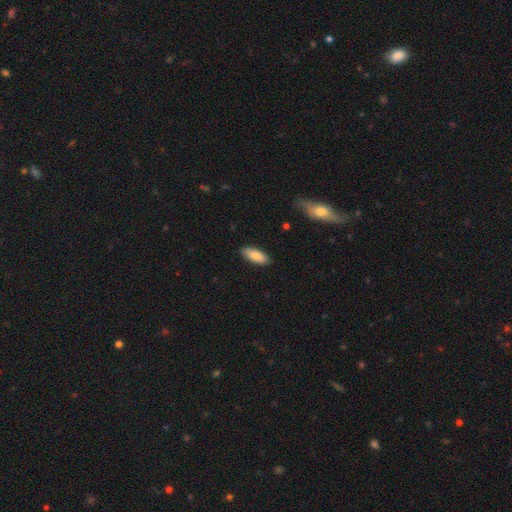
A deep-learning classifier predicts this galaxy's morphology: Overall: smooth (85%). How rounded: in between (81%). Merging: none (87%).